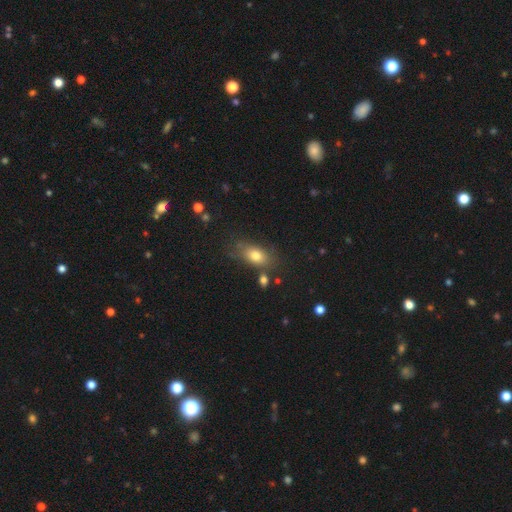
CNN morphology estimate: smooth_or_featured: smooth (p=0.77) [alt: featured or disk p=0.13]
how_rounded: in between (p=0.82) [alt: round p=0.13]
merging: none (p=0.69) [alt: minor disturbance p=0.18]